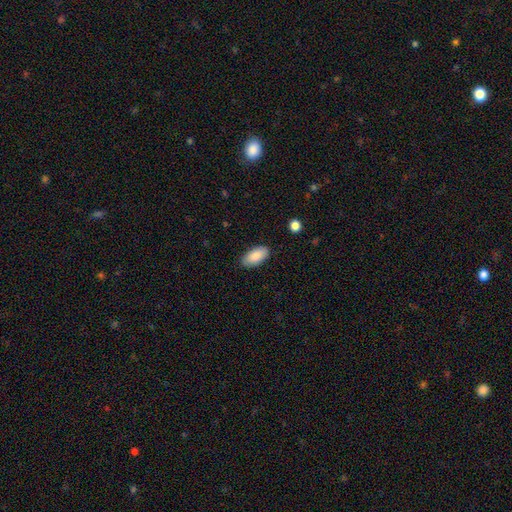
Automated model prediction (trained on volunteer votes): The model was most divided on "merging": none: 85%, minor disturbance: 12%, major disturbance: 2%, merger: 1%. More confident: how rounded — in between (92%); smooth or featured — smooth (89%).